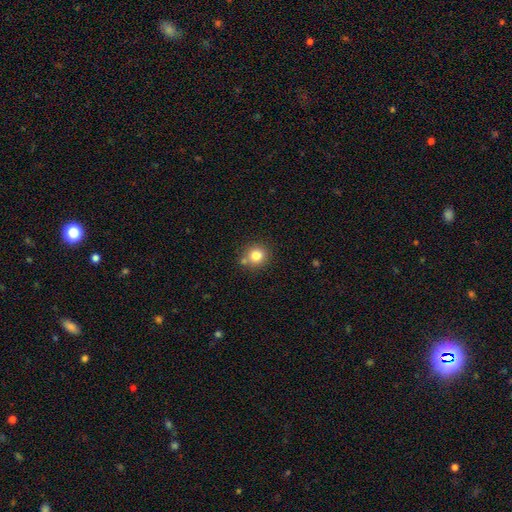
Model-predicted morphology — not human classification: smooth_or_featured: smooth (p=0.81) [alt: star or artifact p=0.11]
how_rounded: round (p=0.84) [alt: in between p=0.15]
merging: none (p=0.72) [alt: merger p=0.13]